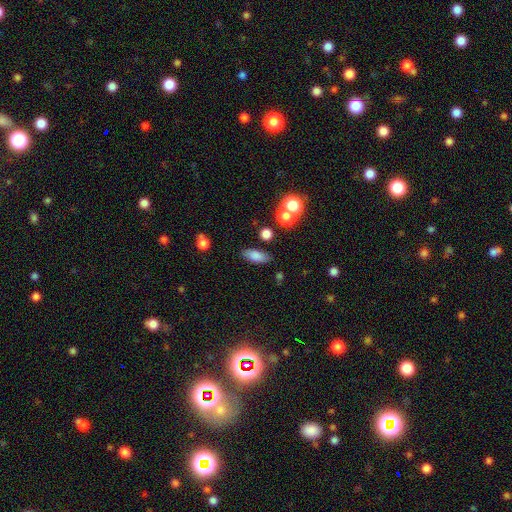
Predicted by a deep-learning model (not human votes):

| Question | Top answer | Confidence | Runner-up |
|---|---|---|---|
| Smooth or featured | smooth | 80% | featured or disk (10%) |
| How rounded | in between | 75% | cigar-shaped (20%) |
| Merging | none | 81% | minor disturbance (11%) |